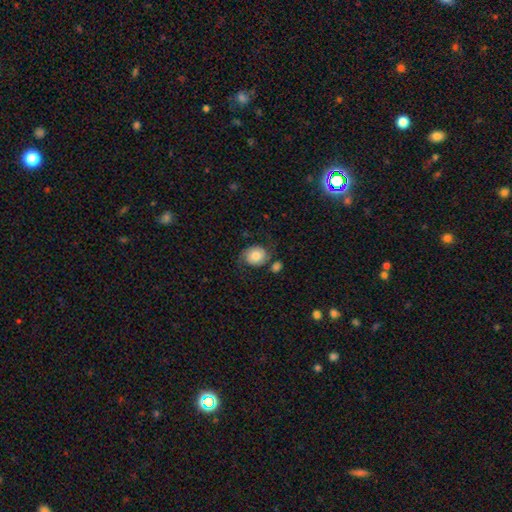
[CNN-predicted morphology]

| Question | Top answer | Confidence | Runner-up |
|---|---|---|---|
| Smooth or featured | smooth | 53% | featured or disk (38%) |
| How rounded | round | 70% | in between (29%) |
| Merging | none | 58% | minor disturbance (22%) |